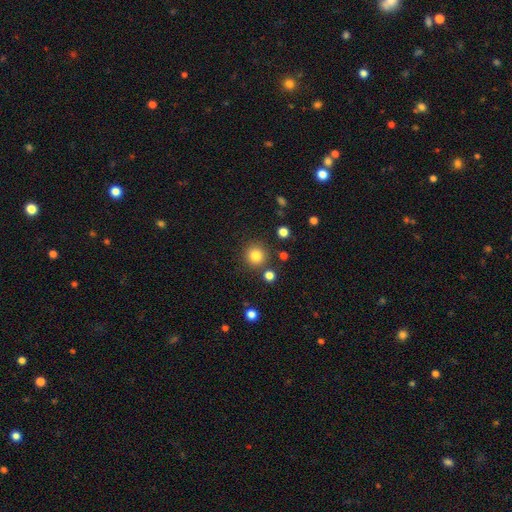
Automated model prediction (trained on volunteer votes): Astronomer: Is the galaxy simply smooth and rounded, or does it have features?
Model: smooth — 83%.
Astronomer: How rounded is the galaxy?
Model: round — 94%.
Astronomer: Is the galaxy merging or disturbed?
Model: none — 86%.